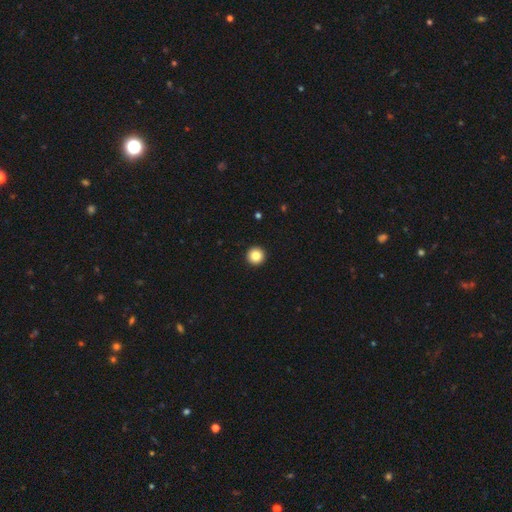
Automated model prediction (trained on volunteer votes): Morphology: type=smooth (85%); roundness=round (97%); merging=none (94%).